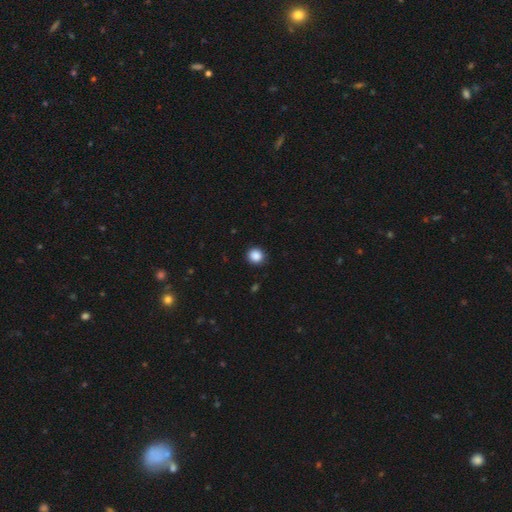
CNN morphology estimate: Overall: smooth (88%). How rounded: round (89%). Merging: none (91%).